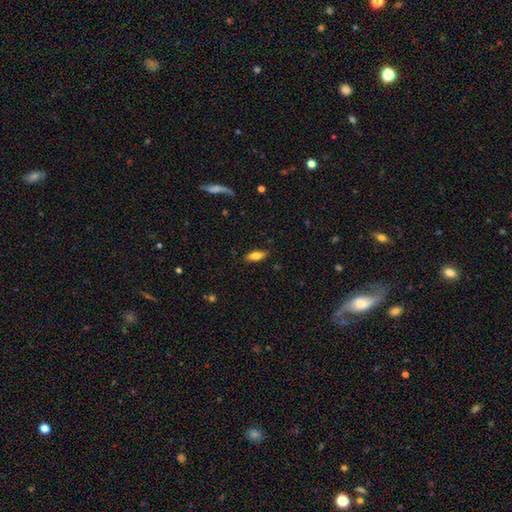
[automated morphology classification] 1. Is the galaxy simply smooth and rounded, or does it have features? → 76% smooth, 18% featured or disk, 7% star or artifact.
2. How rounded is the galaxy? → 74% in between, 23% cigar-shaped, 2% round.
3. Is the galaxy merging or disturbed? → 87% none, 10% minor disturbance, 2% major disturbance, 1% merger.